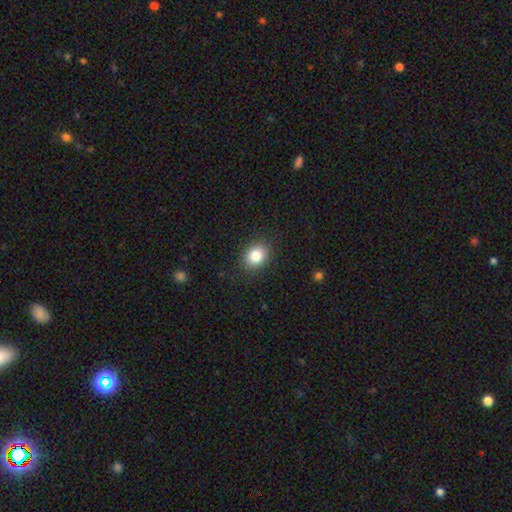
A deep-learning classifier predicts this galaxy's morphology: A smooth galaxy with no disk features (84%) that is round (51%).

Vote fractions:
- Smooth or featured? smooth: 84% / star or artifact: 10% / featured or disk: 7%
- How rounded? round: 51% / in between: 49% / cigar-shaped: 1%
- Merging? none: 88% / minor disturbance: 8% / major disturbance: 3% / merger: 1%